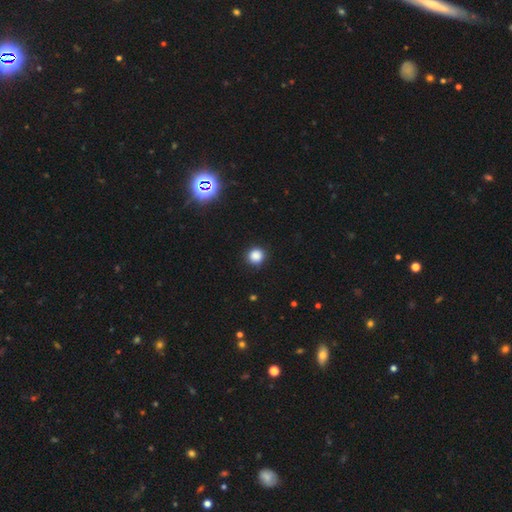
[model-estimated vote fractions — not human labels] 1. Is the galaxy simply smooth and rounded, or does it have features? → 85% smooth, 12% star or artifact, 3% featured or disk.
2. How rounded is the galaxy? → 92% round, 7% in between, 1% cigar-shaped.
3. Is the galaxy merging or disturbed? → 90% none, 7% minor disturbance, 2% major disturbance, 1% merger.